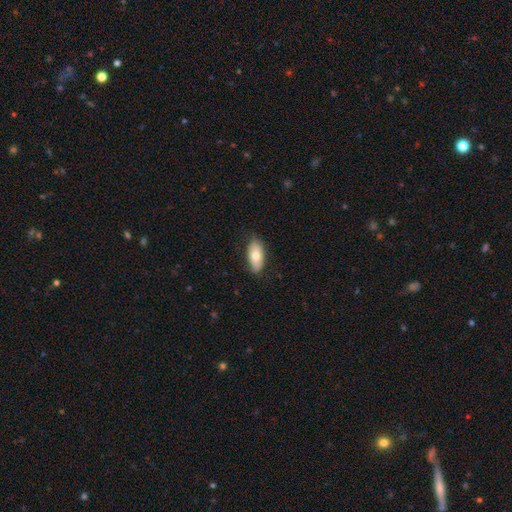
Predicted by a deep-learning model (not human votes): Smooth or featured: smooth — 73% (featured or disk — 21%)
How rounded: in between — 90% (cigar-shaped — 7%)
Merging: none — 81% (minor disturbance — 15%)